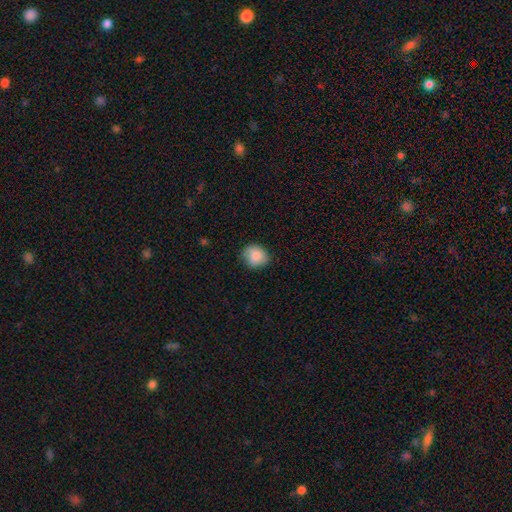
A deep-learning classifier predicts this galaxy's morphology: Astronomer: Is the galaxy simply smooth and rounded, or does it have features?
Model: smooth — 86%.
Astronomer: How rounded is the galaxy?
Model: round — 75%.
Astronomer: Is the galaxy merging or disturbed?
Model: none — 79%.